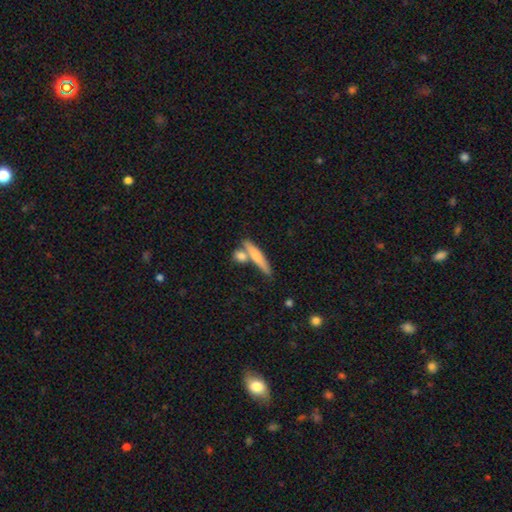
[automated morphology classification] smooth-or-featured: smooth: 64% | featured or disk: 29% | star or artifact: 6%
  how-rounded: cigar-shaped: 83% | in between: 13% | round: 4%
  merging: none: 61% | merger: 24% | minor disturbance: 12% | major disturbance: 4%